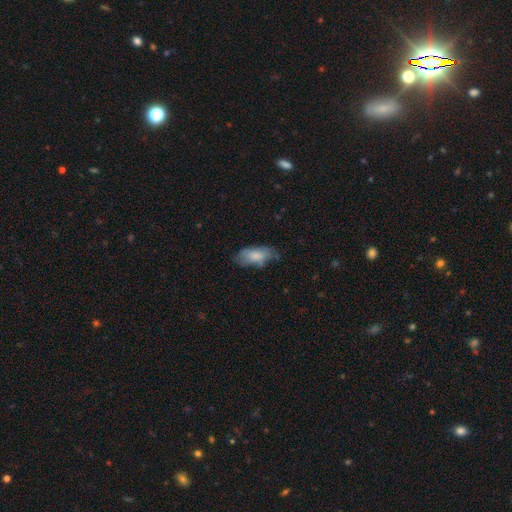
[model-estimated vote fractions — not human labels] smooth_or_featured: smooth (p=0.75) [alt: featured or disk p=0.18]
how_rounded: in between (p=0.87) [alt: cigar-shaped p=0.10]
merging: none (p=0.53) [alt: minor disturbance p=0.32]